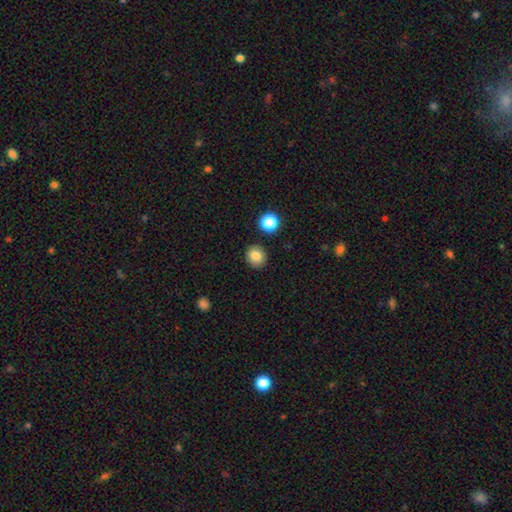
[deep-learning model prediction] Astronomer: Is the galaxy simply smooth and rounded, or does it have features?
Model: smooth — 82%.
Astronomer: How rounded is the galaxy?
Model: round — 84%.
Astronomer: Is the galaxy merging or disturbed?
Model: none — 90%.